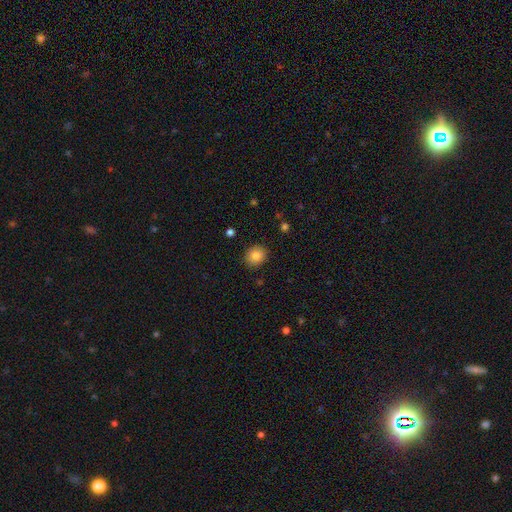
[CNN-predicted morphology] smooth-or-featured: smooth: 84% | star or artifact: 9% | featured or disk: 7%
  how-rounded: round: 74% | in between: 25% | cigar-shaped: 1%
  merging: none: 89% | minor disturbance: 8% | major disturbance: 2% | merger: 1%